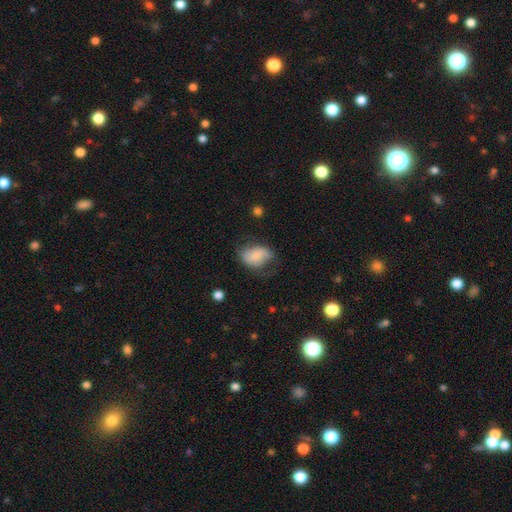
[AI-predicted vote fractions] A smooth galaxy with no disk features (67%) that is in between round and cigar-shaped (79%).

Vote fractions:
- Smooth or featured? smooth: 67% / featured or disk: 26% / star or artifact: 8%
- How rounded? in between: 79% / round: 20% / cigar-shaped: 1%
- Merging? none: 44% / minor disturbance: 33% / major disturbance: 21% / merger: 2%